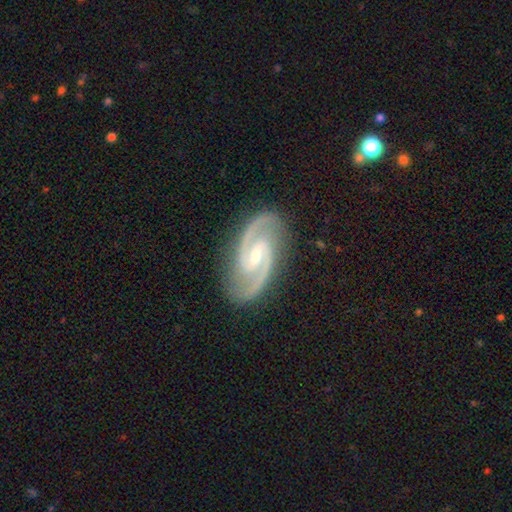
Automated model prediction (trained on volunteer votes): A featured or disk galaxy (94%) with a weak bar (53%), 2 (94%) medium (63%) spiral arms (99%) and a small central bulge (52%). Merging: none (86%).